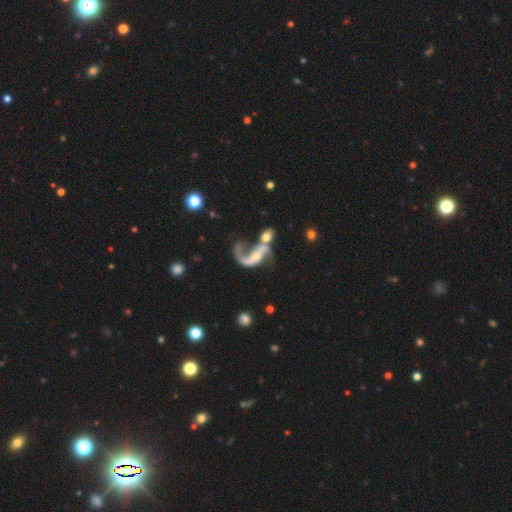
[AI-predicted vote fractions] smooth-or-featured: featured or disk: 81% | smooth: 11% | star or artifact: 7%
  disk-edge-on: no: 95% | yes: 5%
    bar: no: 43% | weak: 32% | strong: 26%
    has-spiral-arms: yes: 87% | no: 13%
      spiral-winding: loose: 84% | medium: 13% | tight: 3%
      spiral-arm-count: 2: 65% | 1: 29% | can't tell: 3% | 3: 1% | 4: 1% | more than 4: 1%
    bulge-size: small: 51% | moderate: 33% | none: 10% | large: 4% | dominant: 2%
  merging: merger: 42% | none: 24% | major disturbance: 23% | minor disturbance: 11%